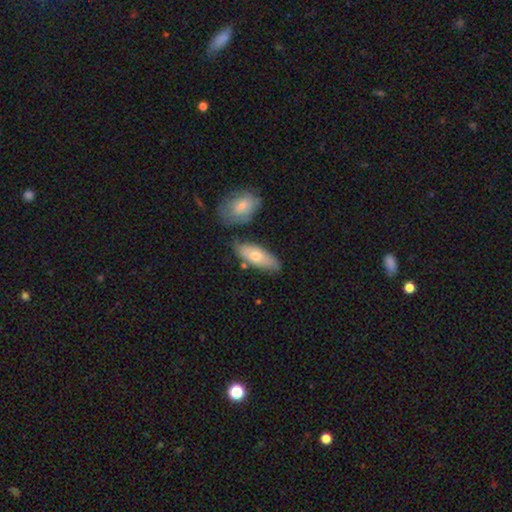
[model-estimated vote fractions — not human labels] This appears to be a smooth galaxy with no disk features (65%) that is in between round and cigar-shaped (77%). Merging: none (70%).